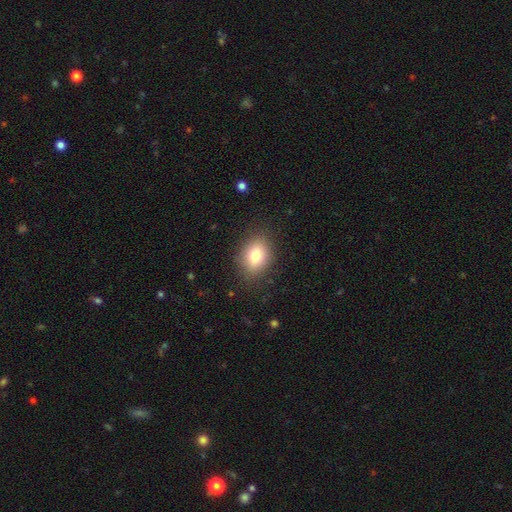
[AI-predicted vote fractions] A smooth galaxy with no disk features (78%) that is in between round and cigar-shaped (65%). Merging: none (85%).